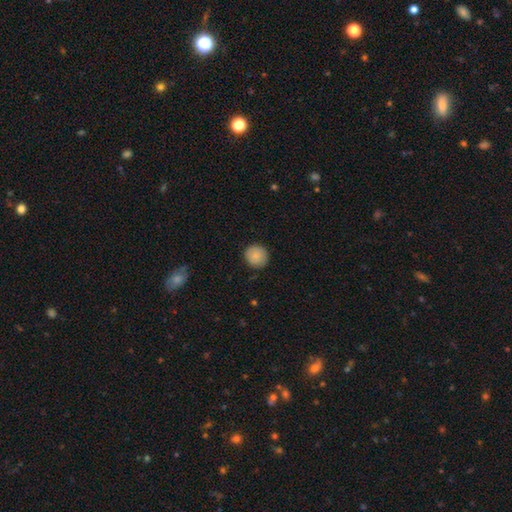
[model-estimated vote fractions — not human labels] Smooth or featured? Predicted: smooth (p=0.86). How rounded? Predicted: round (p=0.93). Merging? Predicted: none (p=0.88).